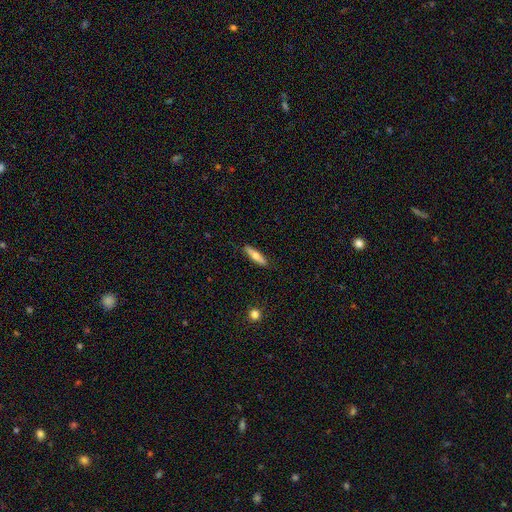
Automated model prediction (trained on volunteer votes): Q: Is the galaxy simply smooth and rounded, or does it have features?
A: smooth — 54%.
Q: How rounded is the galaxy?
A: cigar-shaped — 75%.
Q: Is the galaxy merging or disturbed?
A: none — 88%.